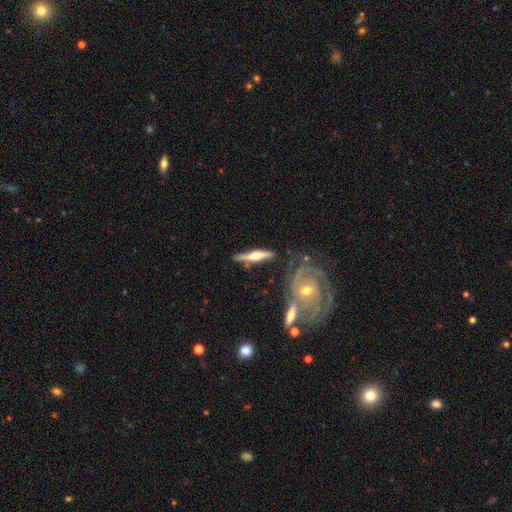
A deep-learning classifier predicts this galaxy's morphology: A featured or disk galaxy (66%) viewed edge-on (91%) with a rounded central bulge (86%). Merging: none (70%).